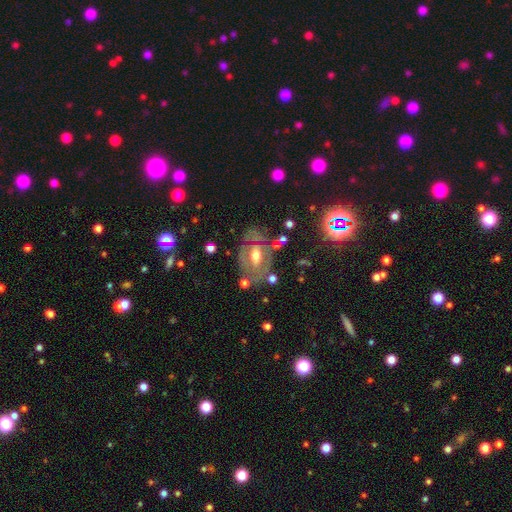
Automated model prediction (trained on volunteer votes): featured or disk 67%, smooth 24%, star or artifact 9%. Down the decision tree: edge-on disk — no (92%); bar — no (48%); spiral arms — no (56%); bulge size — moderate (73%); merging — none (58%).